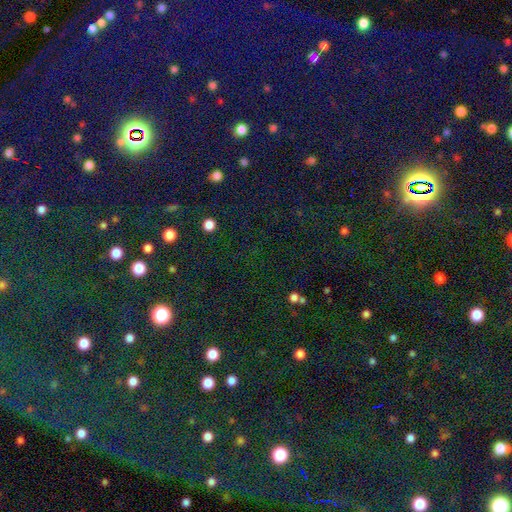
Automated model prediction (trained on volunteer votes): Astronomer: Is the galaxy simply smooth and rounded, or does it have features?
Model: star or artifact — 79%.